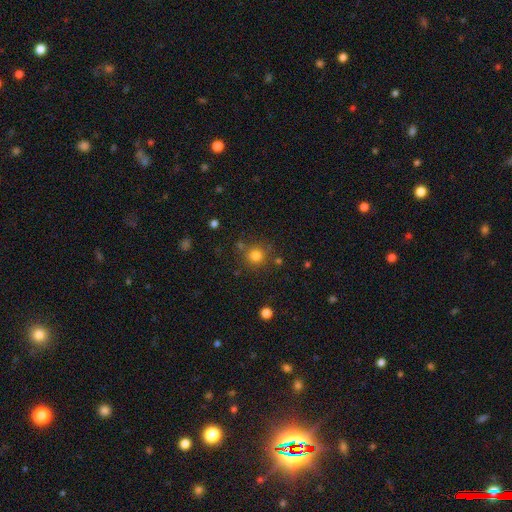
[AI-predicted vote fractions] This is likely a smooth galaxy (79%). How rounded: clearly round (93%). Merging: clearly none (80%).